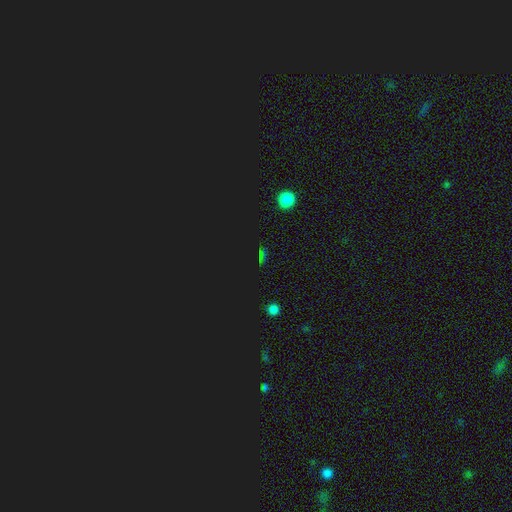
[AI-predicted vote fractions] Smooth or featured? star or artifact (77%)